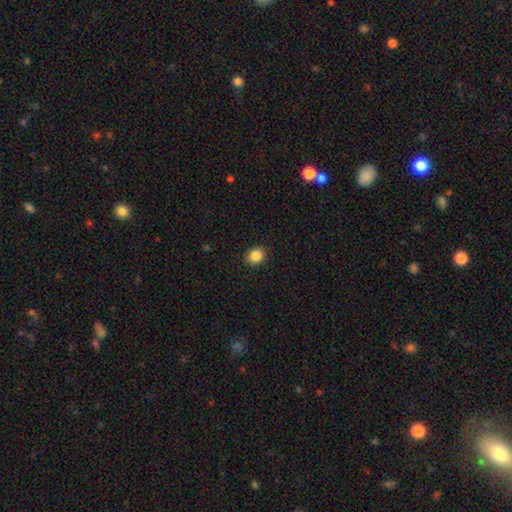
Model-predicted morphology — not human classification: This appears to be a smooth galaxy with no disk features (86%) that is round (58%). Merging: none (91%).